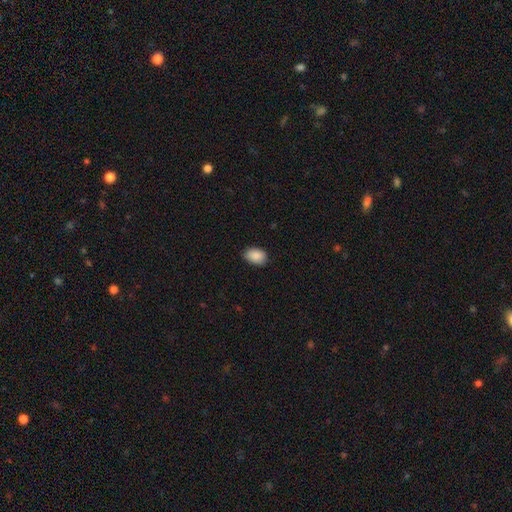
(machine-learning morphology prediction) This appears to be a smooth galaxy with no disk features (90%) that is in between round and cigar-shaped (85%). Merging: none (83%).